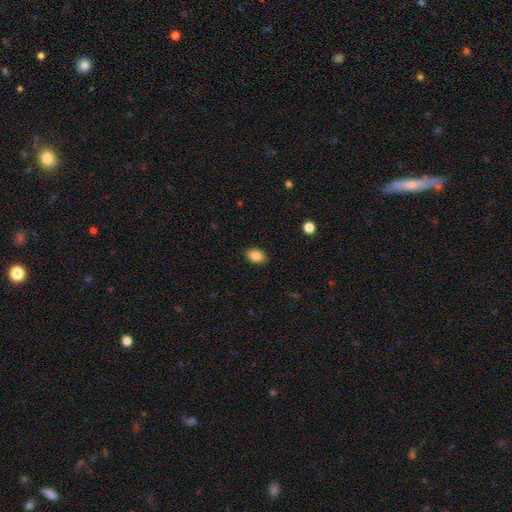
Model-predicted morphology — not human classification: A smooth galaxy with no disk features (87%) that is in between round and cigar-shaped (78%). Merging: none (88%).